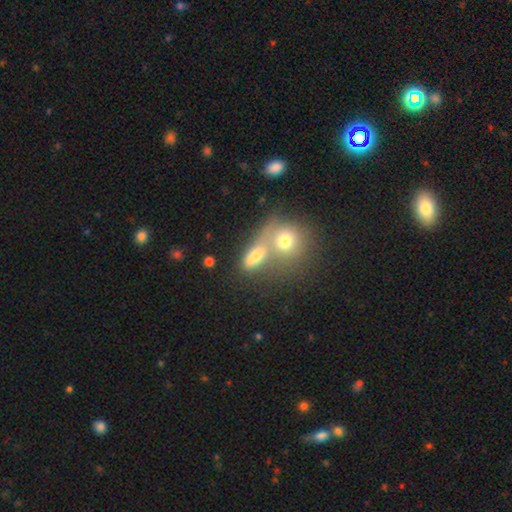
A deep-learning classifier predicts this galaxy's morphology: A smooth galaxy with no disk features (69%) that is in between round and cigar-shaped (62%). Merging: merger (52%).